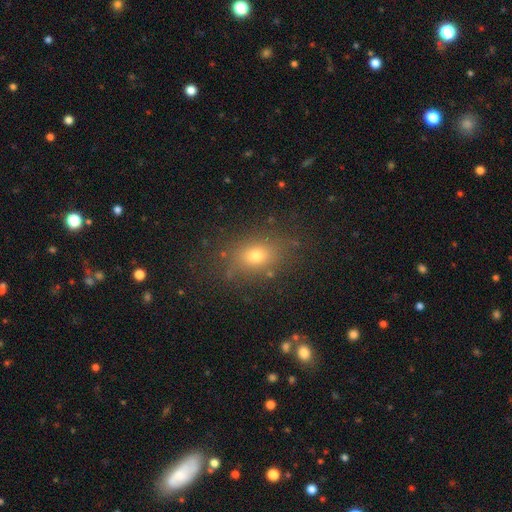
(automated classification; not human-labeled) This appears to be a smooth galaxy with no disk features (72%) that is in between round and cigar-shaped (71%). Merging: none (80%).